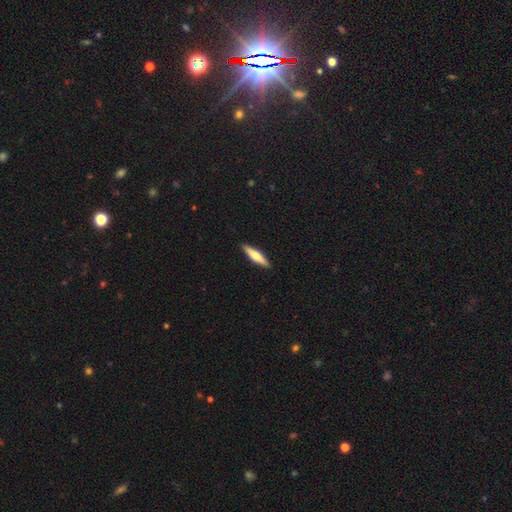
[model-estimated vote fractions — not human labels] A smooth galaxy with no disk features (53%) that is cigar-shaped (82%).

Vote fractions:
- Smooth or featured? smooth: 53% / featured or disk: 42% / star or artifact: 5%
- How rounded? cigar-shaped: 82% / in between: 17% / round: 2%
- Merging? none: 91% / minor disturbance: 7% / major disturbance: 1% / merger: 1%